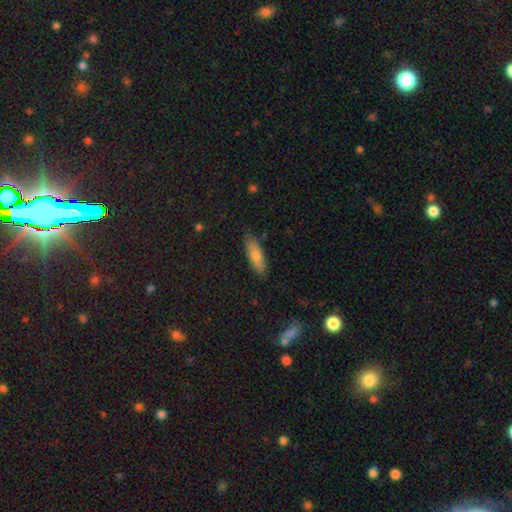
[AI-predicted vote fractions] Morphology: type=smooth (77%); roundness=cigar-shaped (49%, tied with in between); merging=none (84%).